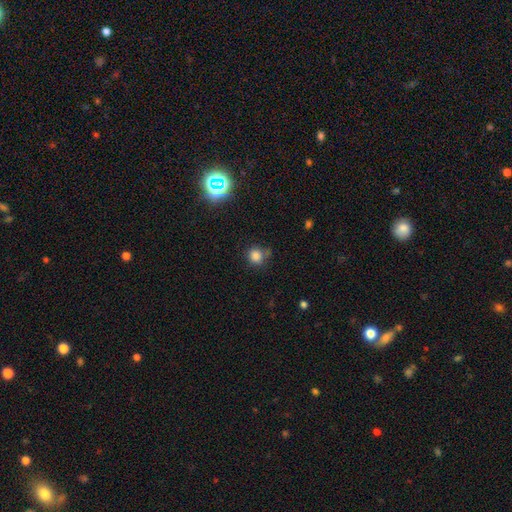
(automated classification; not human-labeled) A smooth galaxy with no disk features (81%) that is round (84%).

Vote fractions:
- Smooth or featured? smooth: 81% / star or artifact: 14% / featured or disk: 5%
- How rounded? round: 84% / in between: 15% / cigar-shaped: 1%
- Merging? none: 65% / minor disturbance: 20% / merger: 8% / major disturbance: 6%